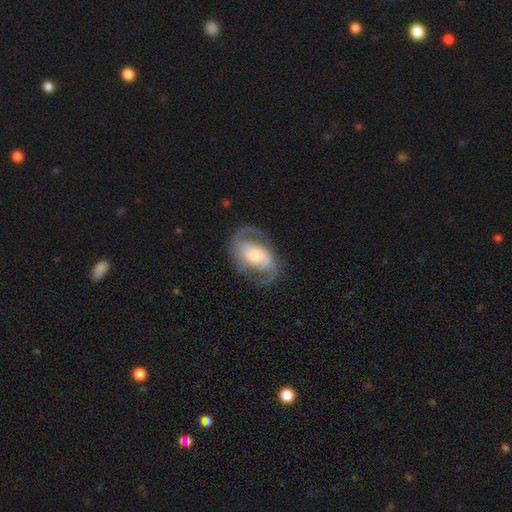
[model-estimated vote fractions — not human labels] Smooth or featured: featured or disk — 84% (smooth — 11%)
Edge-on disk: no — 97% (yes — 3%)
Bar: no — 38% (weak — 37%)
Spiral arms: yes — 92% (no — 8%)
Spiral winding: medium — 51% (tight — 24%)
Spiral arm count: 2 — 90% (can't tell — 4%)
Bulge size: moderate — 55% (small — 31%)
Merging: none — 77% (minor disturbance — 13%)